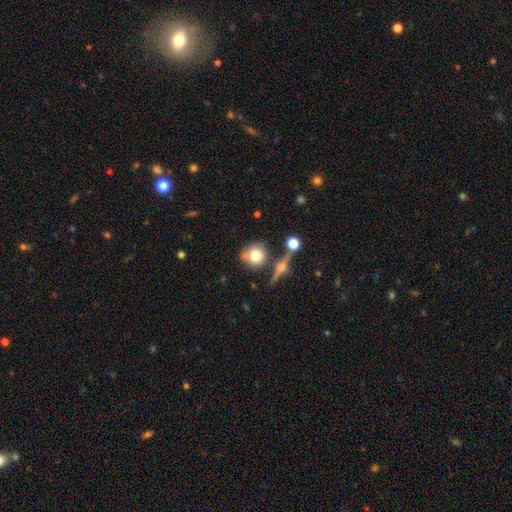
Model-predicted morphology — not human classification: smooth 71%, featured or disk 19%, star or artifact 10%. Down the decision tree: how rounded — round (89%); merging — none (66%).